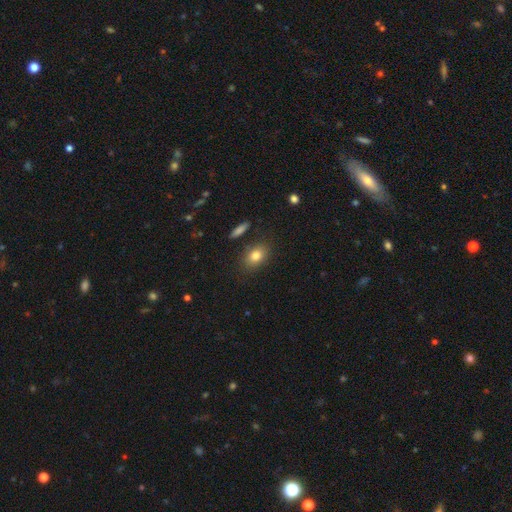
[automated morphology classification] smooth_or_featured: smooth (p=0.81) [alt: featured or disk p=0.10]
how_rounded: in between (p=0.73) [alt: round p=0.25]
merging: none (p=0.84) [alt: minor disturbance p=0.10]